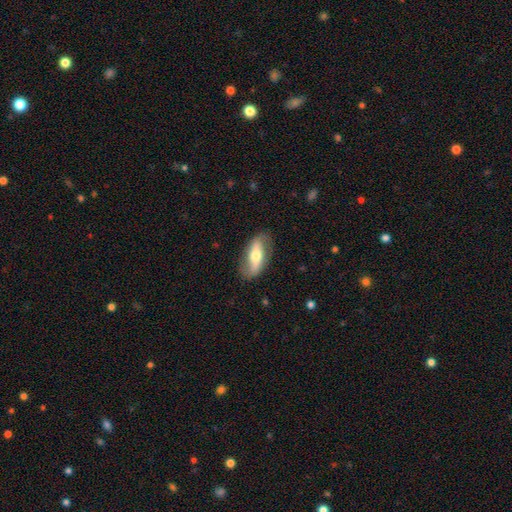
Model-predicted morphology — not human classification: A featured or disk galaxy (56%).

Vote fractions:
- Smooth or featured? featured or disk: 56% / smooth: 38% / star or artifact: 6%
- Edge-on disk? no: 74% / yes: 26%
- Merging? none: 80% / minor disturbance: 14% / major disturbance: 5% / merger: 1%